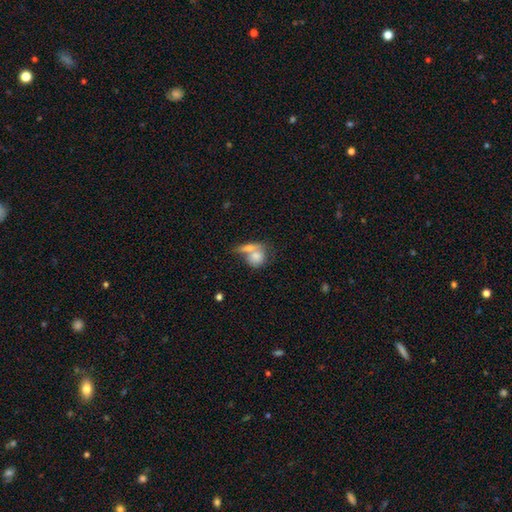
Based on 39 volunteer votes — Smooth or featured? smooth (82%)
How rounded? round (53%)
Merging? none (41%, tied with merger)